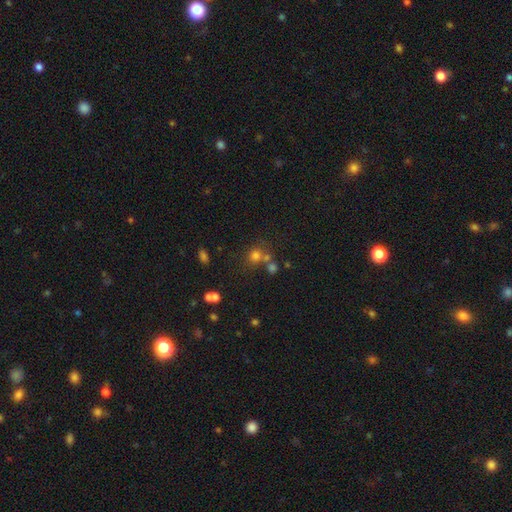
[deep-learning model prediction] Smooth or featured? smooth (69%)
How rounded? round (83%)
Merging? none (56%)